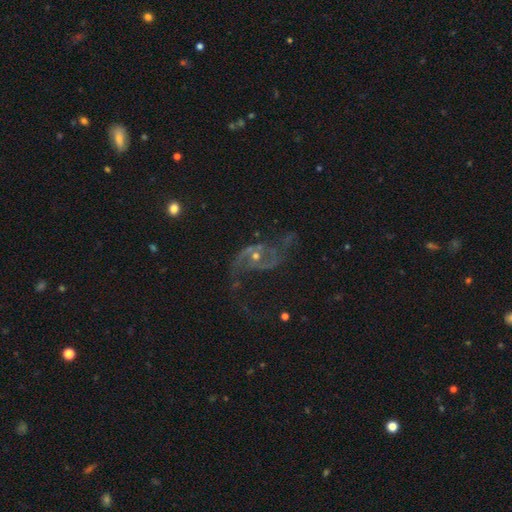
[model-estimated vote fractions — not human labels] This appears to be a featured or disk galaxy (84%) with no bar (61%), 2 (86%) loose (54%) spiral arms (89%) and a small central bulge (52%). Merging: none (52%).